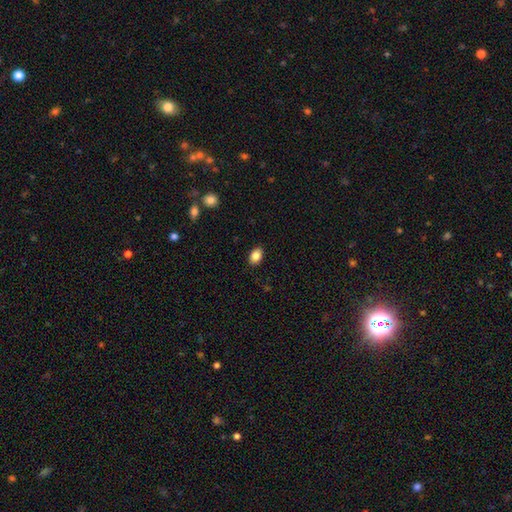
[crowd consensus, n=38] smooth-or-featured: smooth: 84% | featured or disk: 11% | star or artifact: 5%
  how-rounded: in between: 88% | round: 12% | cigar-shaped: 0%
  merging: none: 83% | minor disturbance: 14% | major disturbance: 3% | merger: 0%